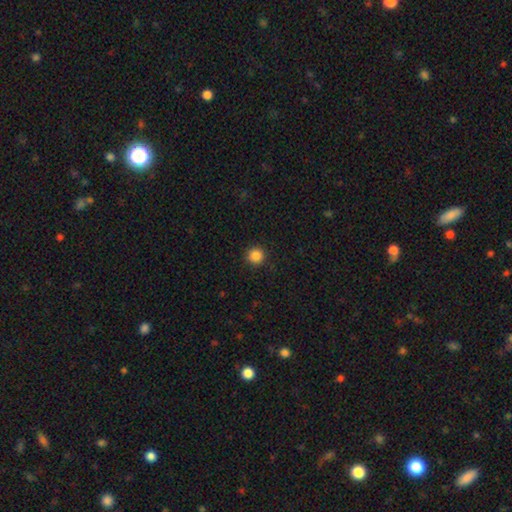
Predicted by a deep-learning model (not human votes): Q: Smooth or featured?
A: smooth (86%); runner-up: star or artifact (11%)
Q: How rounded?
A: round (96%); runner-up: in between (4%)
Q: Merging?
A: none (92%); runner-up: minor disturbance (5%)